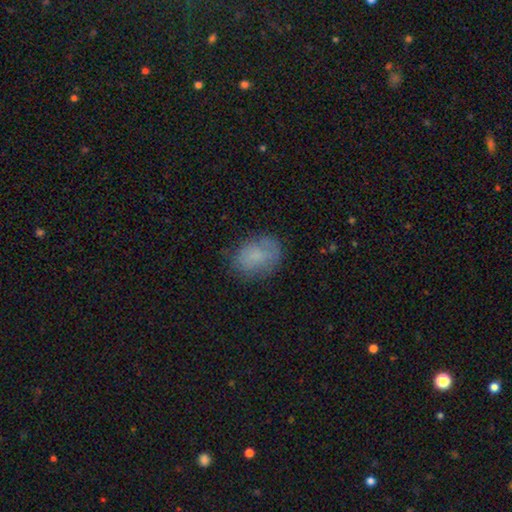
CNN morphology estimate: A smooth galaxy with no disk features (74%) that is in between round and cigar-shaped (65%). Merging: none (69%).